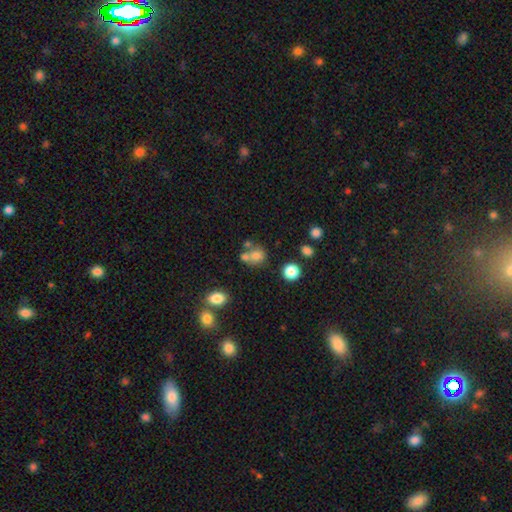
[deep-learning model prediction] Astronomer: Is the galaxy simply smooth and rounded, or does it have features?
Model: smooth — 72%.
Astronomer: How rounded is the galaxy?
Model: round — 74%.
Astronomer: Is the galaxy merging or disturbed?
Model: none — 46% (runner-up: merger, 37%).